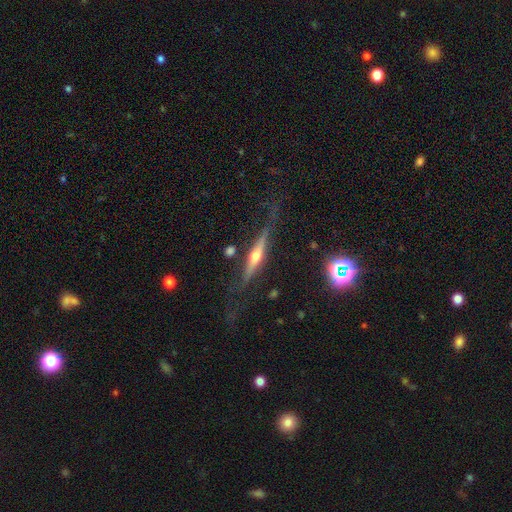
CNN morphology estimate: This appears to be a featured or disk galaxy (74%) viewed edge-on (95%) with a rounded central bulge (90%). Merging: none (74%).